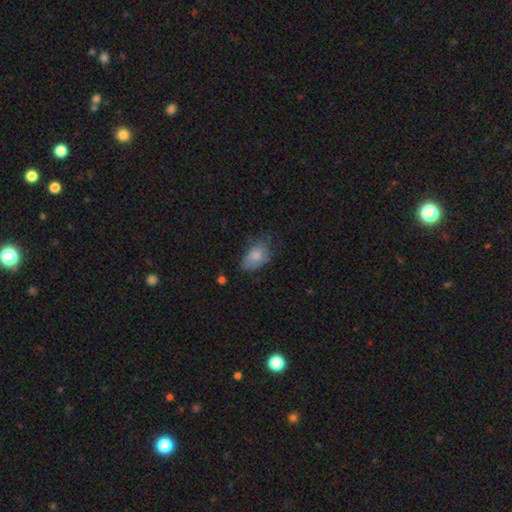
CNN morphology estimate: type=smooth (78%); roundness=in between (90%); merging=none (48%).